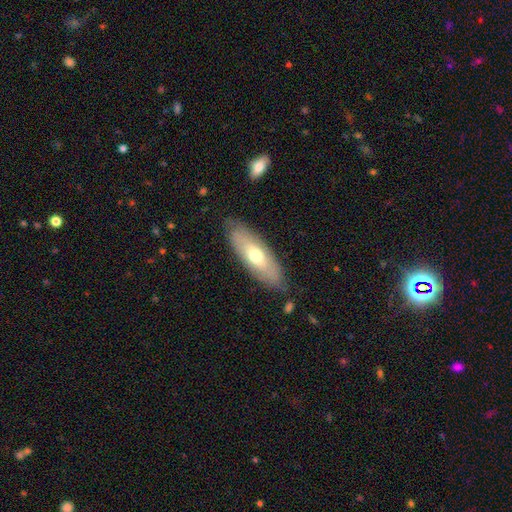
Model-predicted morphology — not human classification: A smooth galaxy with no disk features (58%) that is in between round and cigar-shaped (62%). Merging: none (80%).